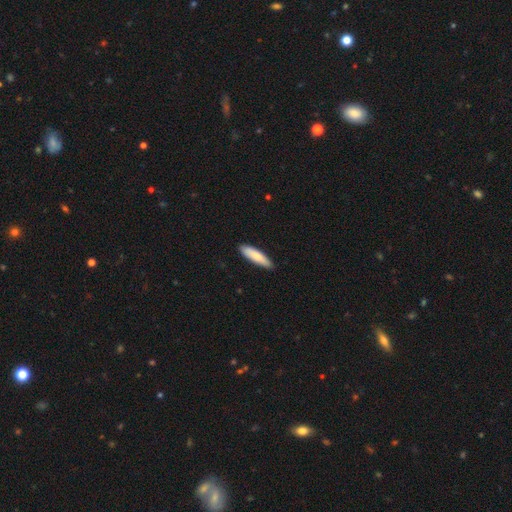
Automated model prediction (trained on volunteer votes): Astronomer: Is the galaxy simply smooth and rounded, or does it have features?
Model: smooth — 83%.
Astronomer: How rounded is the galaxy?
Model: cigar-shaped — 68%.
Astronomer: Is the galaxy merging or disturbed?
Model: none — 88%.